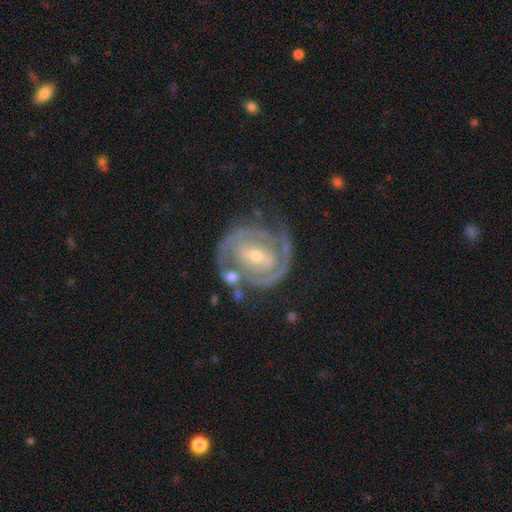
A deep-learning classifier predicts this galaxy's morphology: Smooth or featured? featured or disk (88%)
Edge-on disk? no (97%)
Bar? weak (43%)
Spiral arms? yes (93%)
Spiral winding? tight (67%)
Spiral arm count? 2 (73%)
Bulge size? small (52%)
Merging? none (65%)